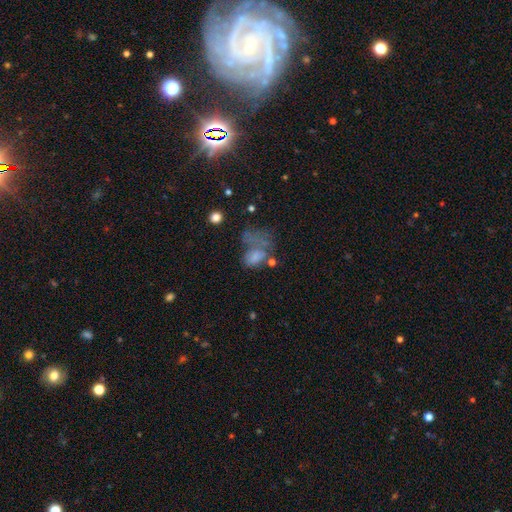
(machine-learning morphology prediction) Q: Smooth or featured?
A: smooth (60%); runner-up: featured or disk (25%)
Q: How rounded?
A: in between (80%); runner-up: round (18%)
Q: Merging?
A: major disturbance (44%); runner-up: none (21%)